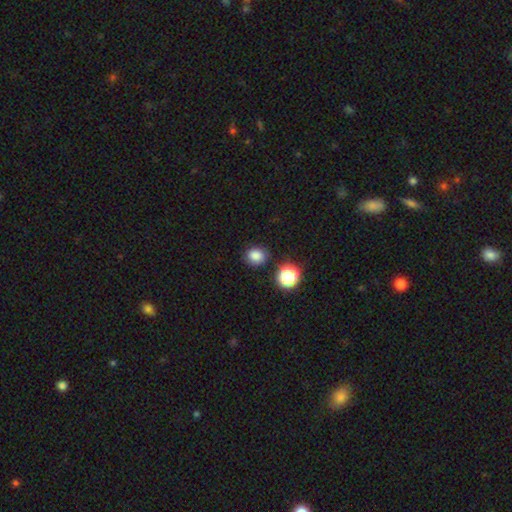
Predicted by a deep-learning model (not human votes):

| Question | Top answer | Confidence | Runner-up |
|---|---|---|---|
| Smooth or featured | smooth | 83% | star or artifact (13%) |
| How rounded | round | 74% | in between (25%) |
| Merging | none | 82% | minor disturbance (10%) |